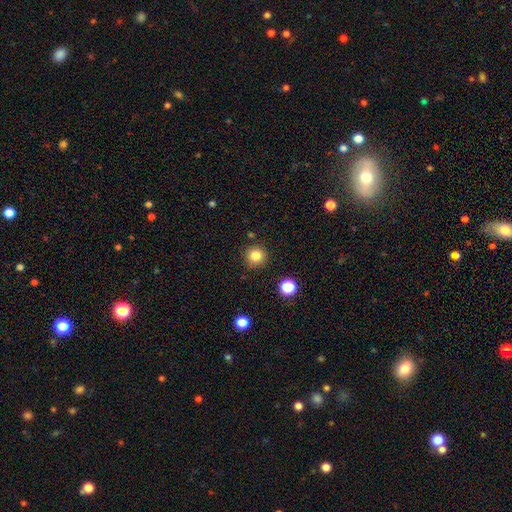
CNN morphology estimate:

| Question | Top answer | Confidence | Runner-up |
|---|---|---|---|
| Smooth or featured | smooth | 82% | star or artifact (12%) |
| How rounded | round | 94% | in between (5%) |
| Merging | none | 89% | minor disturbance (7%) |